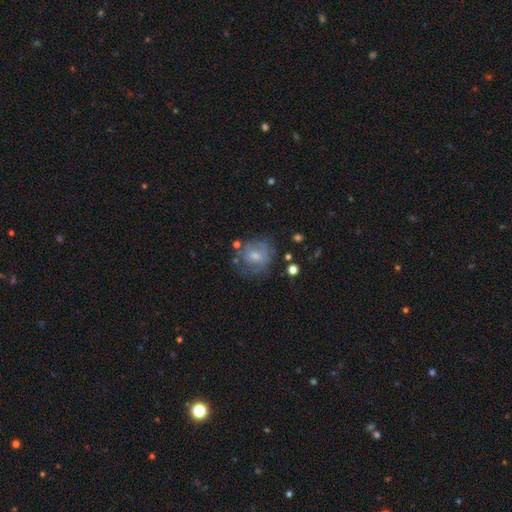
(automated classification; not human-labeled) Smooth or featured? Predicted: smooth (p=0.47). Merging? Predicted: none (p=0.53).